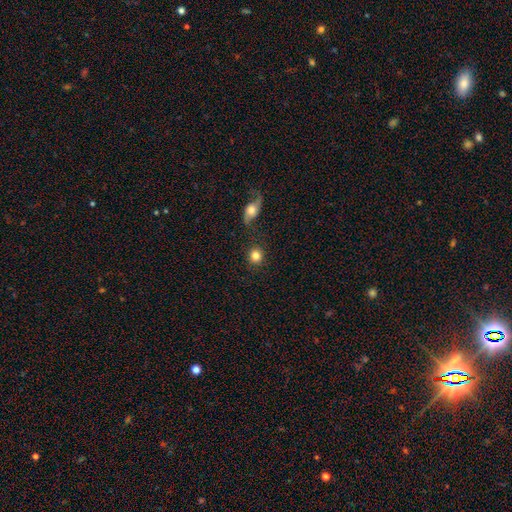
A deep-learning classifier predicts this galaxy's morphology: type=smooth (82%); roundness=round (89%); merging=none (81%).